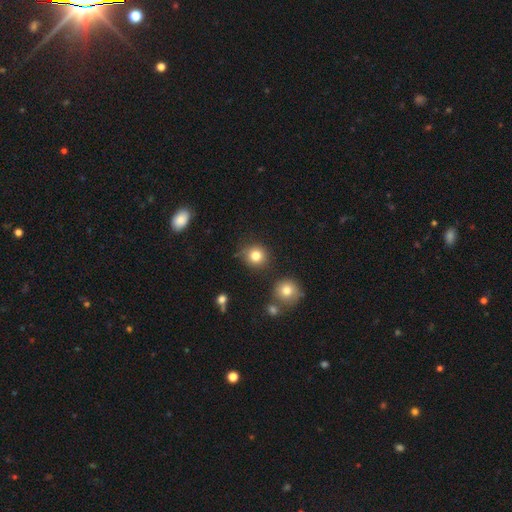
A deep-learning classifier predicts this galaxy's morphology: This appears to be a smooth galaxy with no disk features (81%) that is round (90%). Merging: none (82%).